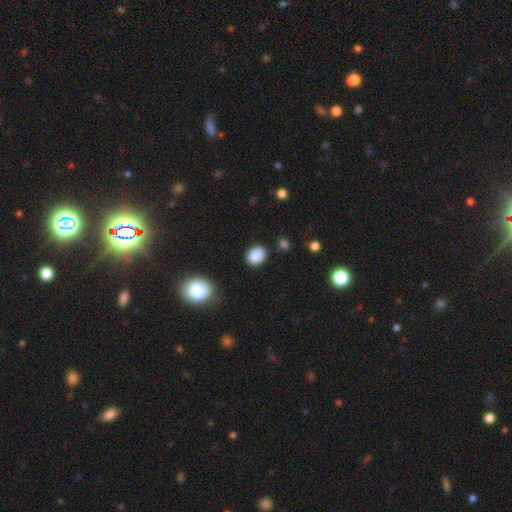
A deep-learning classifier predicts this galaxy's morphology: smooth-or-featured: smooth: 86% | star or artifact: 9% | featured or disk: 5%
  how-rounded: round: 52% | in between: 47% | cigar-shaped: 1%
  merging: none: 81% | minor disturbance: 13% | major disturbance: 3% | merger: 3%